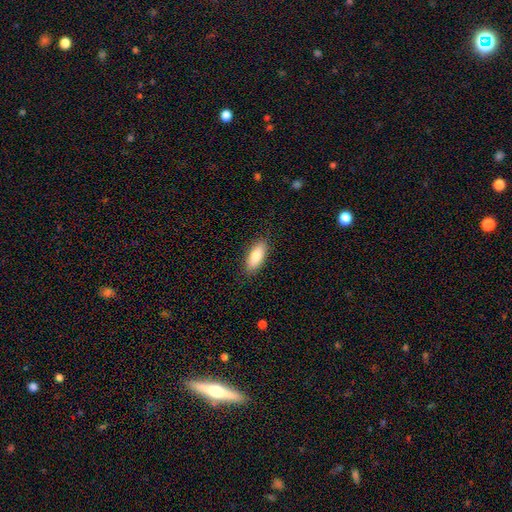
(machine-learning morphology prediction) A smooth galaxy with no disk features (80%) that is in between round and cigar-shaped (77%).

Vote fractions:
- Smooth or featured? smooth: 80% / featured or disk: 14% / star or artifact: 7%
- How rounded? in between: 77% / cigar-shaped: 21% / round: 2%
- Merging? none: 87% / minor disturbance: 10% / major disturbance: 2% / merger: 1%